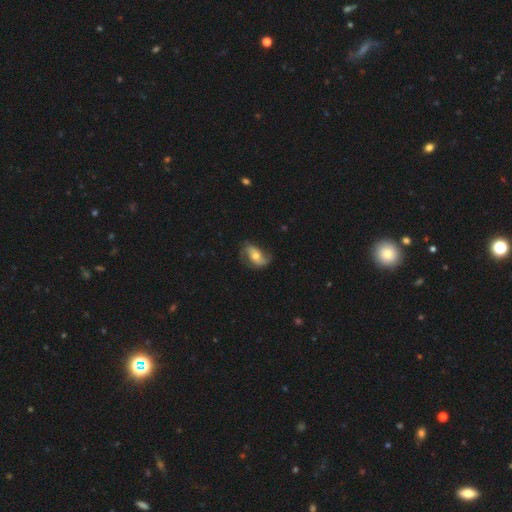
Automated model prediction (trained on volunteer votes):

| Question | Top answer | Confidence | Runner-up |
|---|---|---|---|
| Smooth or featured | featured or disk | 65% | smooth (28%) |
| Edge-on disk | no | 94% | yes (6%) |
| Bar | no | 53% | weak (30%) |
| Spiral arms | yes | 88% | no (12%) |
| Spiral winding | loose | 61% | medium (28%) |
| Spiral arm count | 2 | 85% | can't tell (6%) |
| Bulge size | moderate | 63% | small (27%) |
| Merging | none | 65% | minor disturbance (22%) |